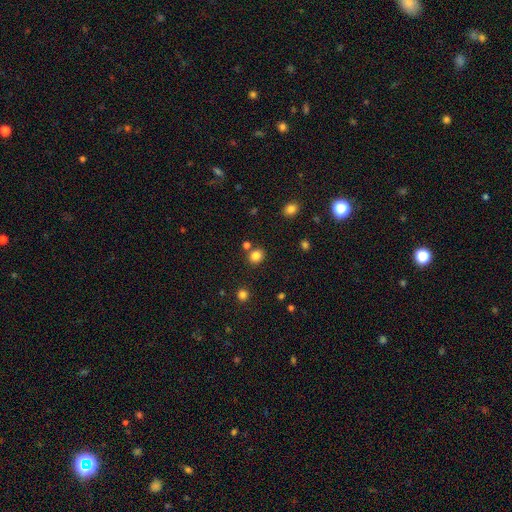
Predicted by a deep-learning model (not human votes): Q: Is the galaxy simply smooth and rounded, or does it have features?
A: smooth — 83%.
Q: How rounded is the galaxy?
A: round — 72%.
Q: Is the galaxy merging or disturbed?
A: none — 78%.